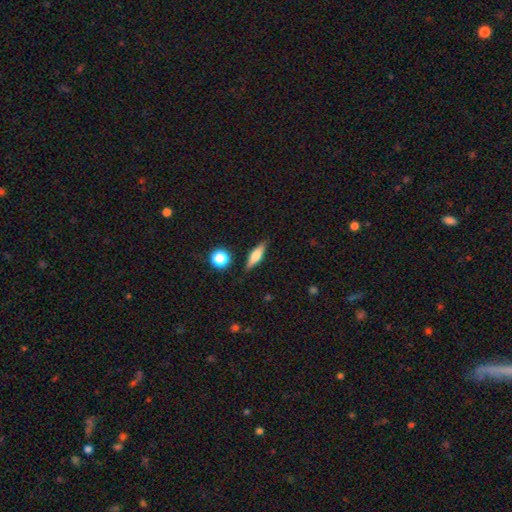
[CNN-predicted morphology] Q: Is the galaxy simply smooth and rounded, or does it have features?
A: smooth — 54%.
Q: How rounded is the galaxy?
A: cigar-shaped — 57%.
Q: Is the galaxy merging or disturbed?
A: none — 86%.